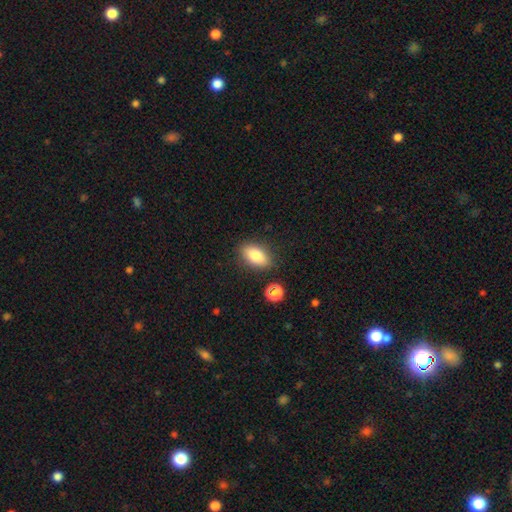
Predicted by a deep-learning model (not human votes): Overall: smooth (81%). How rounded: in between (87%). Merging: none (84%).